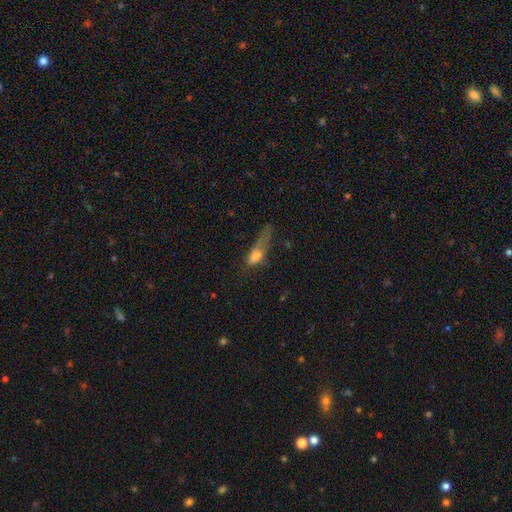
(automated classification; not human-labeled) A smooth galaxy with no disk features (64%) that is in between round and cigar-shaped (58%).

Vote fractions:
- Smooth or featured? smooth: 64% / featured or disk: 23% / star or artifact: 13%
- How rounded? in between: 58% / cigar-shaped: 36% / round: 7%
- Merging? major disturbance: 53% / minor disturbance: 22% / none: 18% / merger: 6%